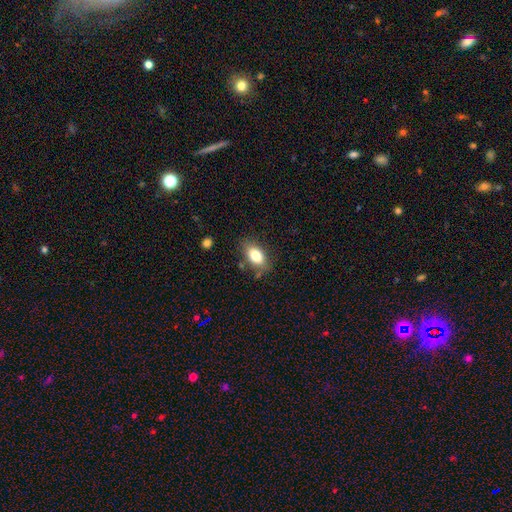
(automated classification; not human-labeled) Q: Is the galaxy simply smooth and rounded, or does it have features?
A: smooth — 80%.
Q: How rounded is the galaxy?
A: in between — 89%.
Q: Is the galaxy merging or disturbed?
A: none — 78%.